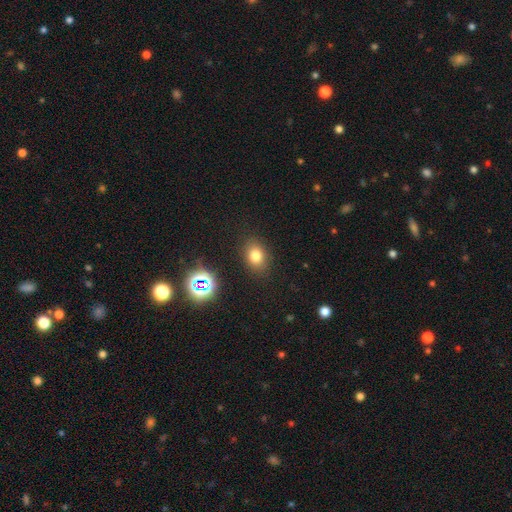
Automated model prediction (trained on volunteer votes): smooth_or_featured: smooth (p=0.75) [alt: star or artifact p=0.17]
how_rounded: in between (p=0.64) [alt: round p=0.35]
merging: none (p=0.85) [alt: minor disturbance p=0.10]